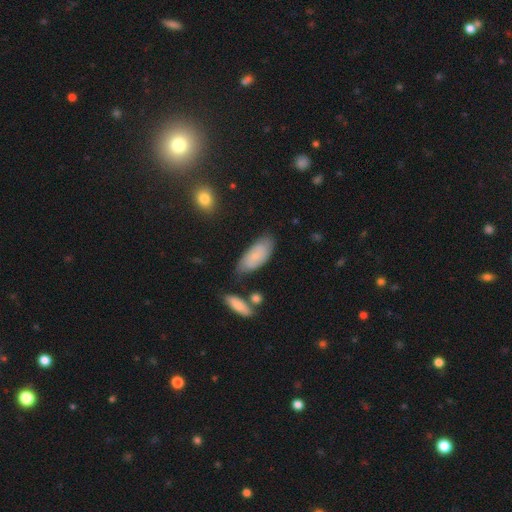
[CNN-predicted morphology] The model was most divided on "smooth or featured": smooth: 58%, featured or disk: 34%, star or artifact: 7%. More confident: how rounded — in between (87%); merging — none (69%).